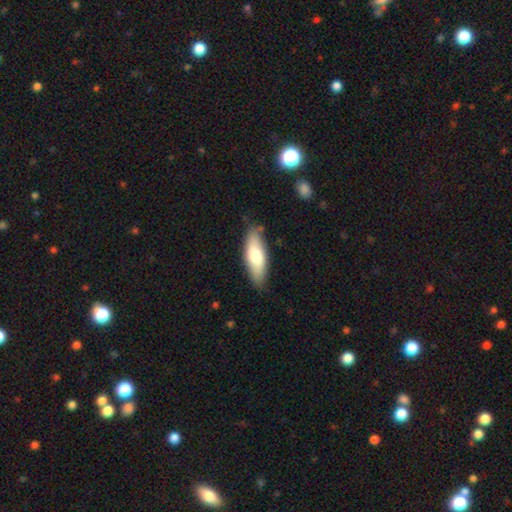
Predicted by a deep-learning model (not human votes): A smooth galaxy with no disk features (71%) that is in between round and cigar-shaped (63%).

Vote fractions:
- Smooth or featured? smooth: 71% / featured or disk: 24% / star or artifact: 5%
- How rounded? in between: 63% / cigar-shaped: 35% / round: 2%
- Merging? none: 80% / minor disturbance: 15% / major disturbance: 3% / merger: 2%